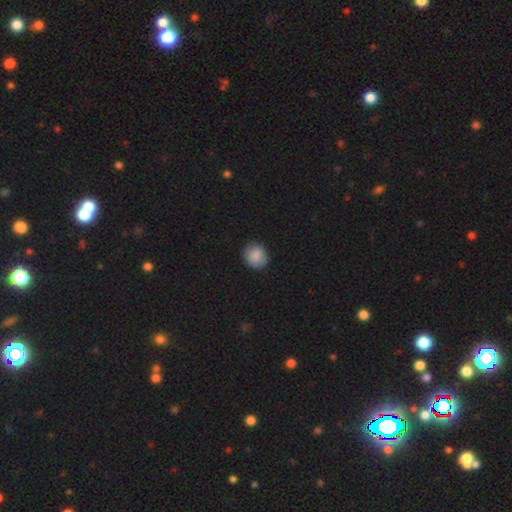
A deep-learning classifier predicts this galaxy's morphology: smooth-or-featured: smooth: 88% | star or artifact: 8% | featured or disk: 5%
  how-rounded: round: 83% | in between: 16% | cigar-shaped: 1%
  merging: none: 87% | minor disturbance: 10% | major disturbance: 2% | merger: 1%